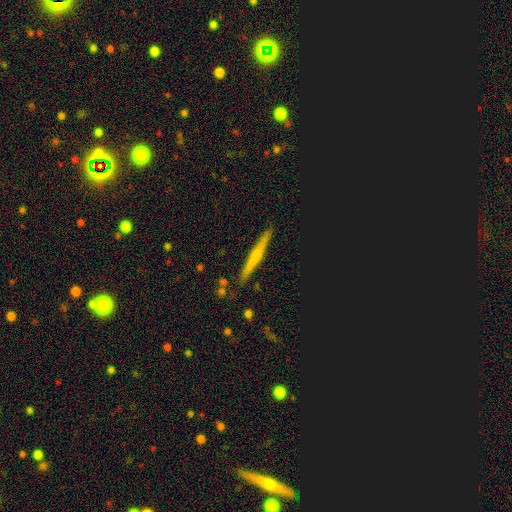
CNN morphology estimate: A featured or disk galaxy (58%) viewed edge-on (97%) with a rounded central bulge (63%). Merging: none (89%).